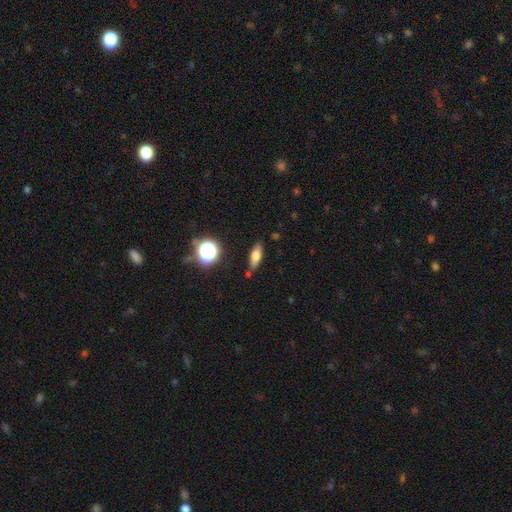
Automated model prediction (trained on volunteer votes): Smooth or featured?
  - smooth: 65% *
  - featured or disk: 23%
  - star or artifact: 12%
How rounded?
  - in between: 58% *
  - cigar-shaped: 35%
  - round: 8%
Merging?
  - none: 78% *
  - minor disturbance: 14%
  - merger: 4%
  - major disturbance: 3%